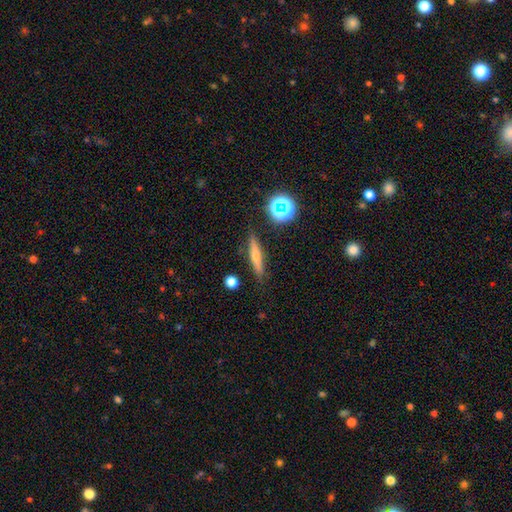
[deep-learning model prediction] A smooth galaxy with no disk features (49%). Merging: none (86%).